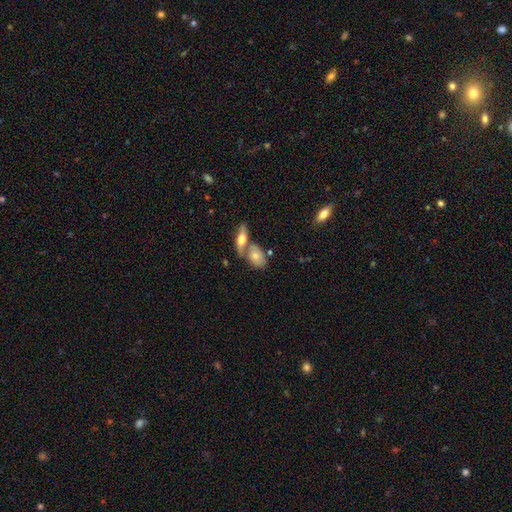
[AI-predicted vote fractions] Q: Smooth or featured?
A: smooth (69%); runner-up: featured or disk (24%)
Q: How rounded?
A: in between (83%); runner-up: round (10%)
Q: Merging?
A: none (46%); runner-up: merger (39%)